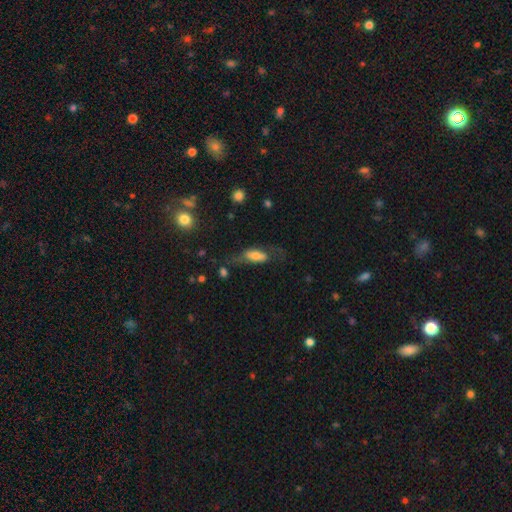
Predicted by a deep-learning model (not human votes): A smooth galaxy with no disk features (53%) that is in between round and cigar-shaped (75%). Merging: none (43%).